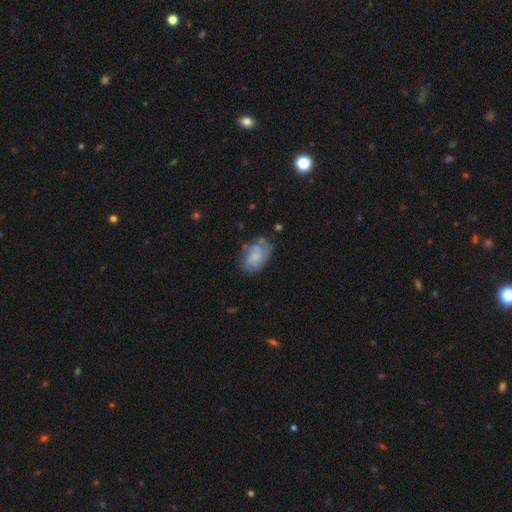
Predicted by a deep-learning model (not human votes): This appears to be a smooth galaxy with no disk features (57%) that is in between round and cigar-shaped (87%). Merging: none (54%).